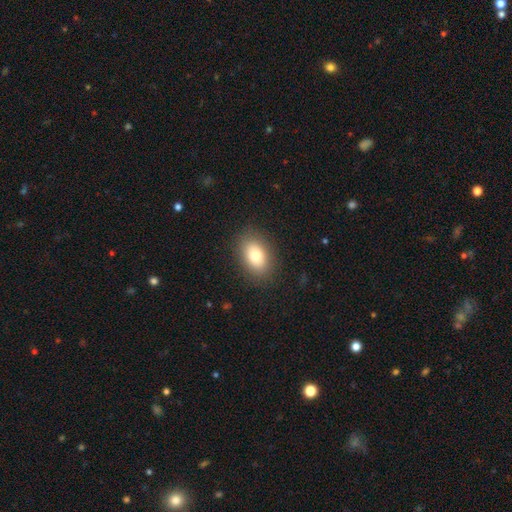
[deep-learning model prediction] Smooth or featured?
  - smooth: 78% *
  - featured or disk: 13%
  - star or artifact: 9%
How rounded?
  - in between: 82% *
  - round: 17%
  - cigar-shaped: 1%
Merging?
  - none: 87% *
  - minor disturbance: 9%
  - major disturbance: 3%
  - merger: 1%